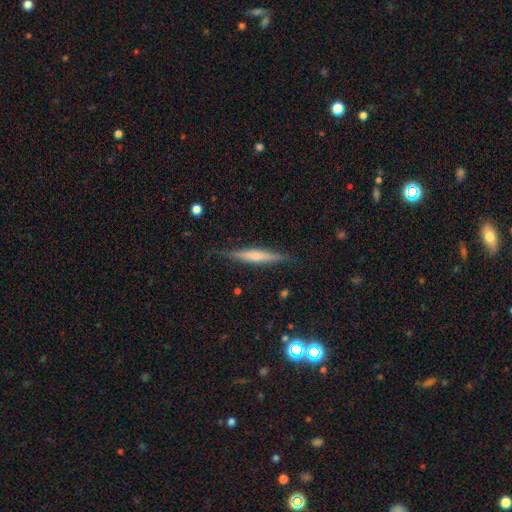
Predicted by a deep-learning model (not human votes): Smooth or featured? Predicted: featured or disk (p=0.53). Edge-on disk? Predicted: yes (p=0.96). Edge-on bulge? Predicted: rounded (p=0.49). Merging? Predicted: none (p=0.84).